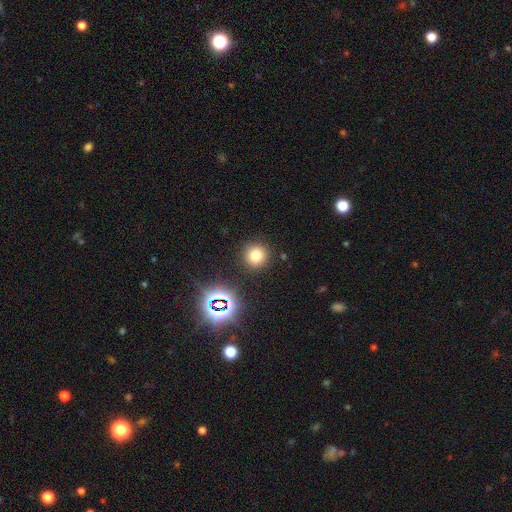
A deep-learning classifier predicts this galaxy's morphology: type=smooth (74%); roundness=round (93%); merging=none (88%).